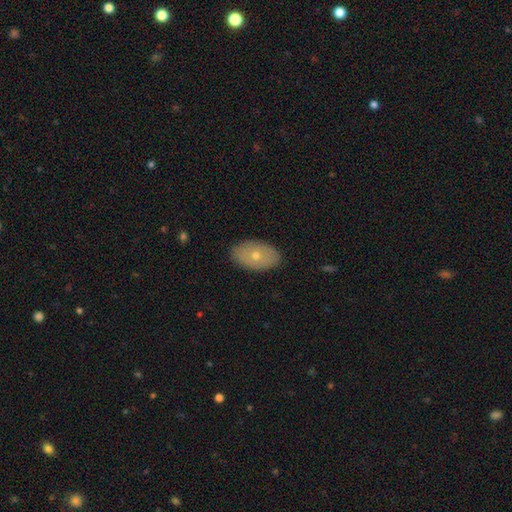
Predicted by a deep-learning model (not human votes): smooth-or-featured: smooth: 60% | featured or disk: 33% | star or artifact: 7%
  how-rounded: in between: 90% | round: 8% | cigar-shaped: 2%
  merging: none: 87% | minor disturbance: 10% | major disturbance: 2% | merger: 1%